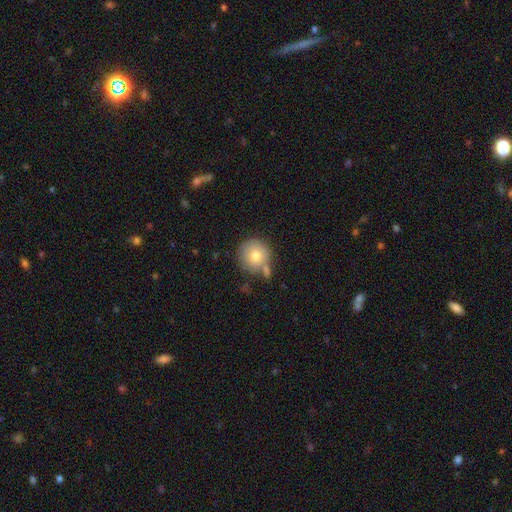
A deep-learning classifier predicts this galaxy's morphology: A smooth galaxy with no disk features (76%) that is round (93%).

Vote fractions:
- Smooth or featured? smooth: 76% / featured or disk: 15% / star or artifact: 9%
- How rounded? round: 93% / in between: 6% / cigar-shaped: 1%
- Merging? none: 66% / merger: 16% / minor disturbance: 14% / major disturbance: 4%